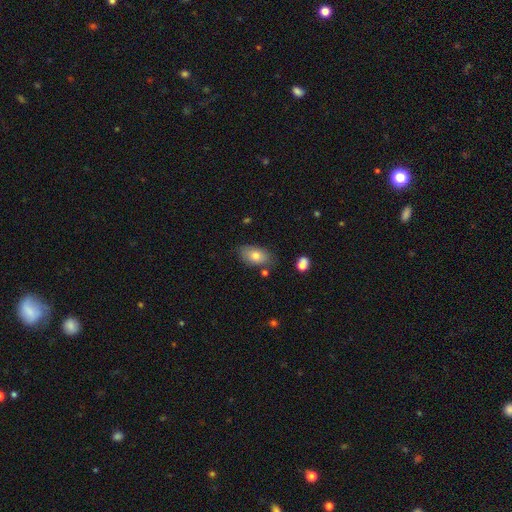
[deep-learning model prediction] Smooth or featured? smooth (77%)
How rounded? in between (91%)
Merging? none (75%)